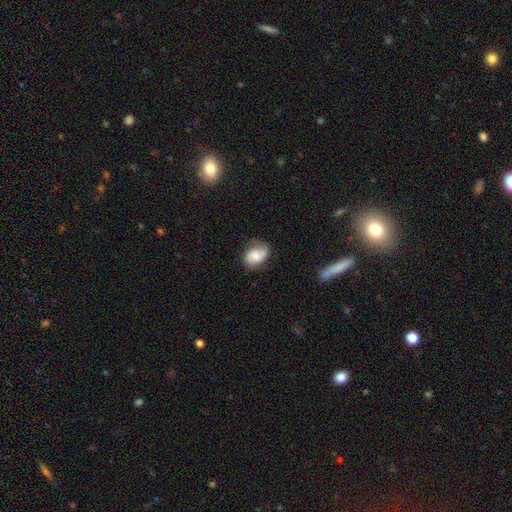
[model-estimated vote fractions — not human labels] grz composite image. It shows a smooth galaxy with no disk features (67%) that is in between round and cigar-shaped (80%). Merging: none (60%).